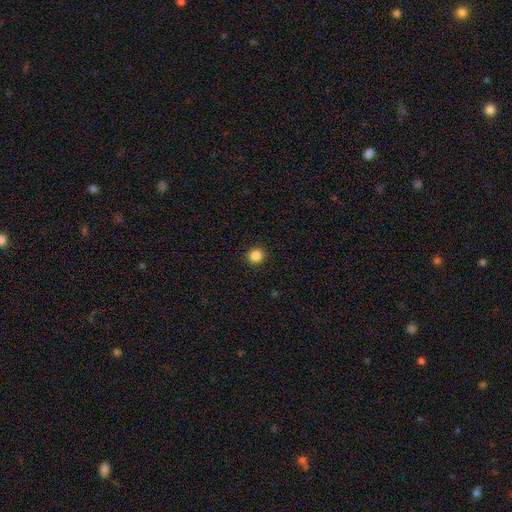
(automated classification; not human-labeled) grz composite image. It shows a smooth galaxy with no disk features (86%) that is round (90%). Merging: none (92%).